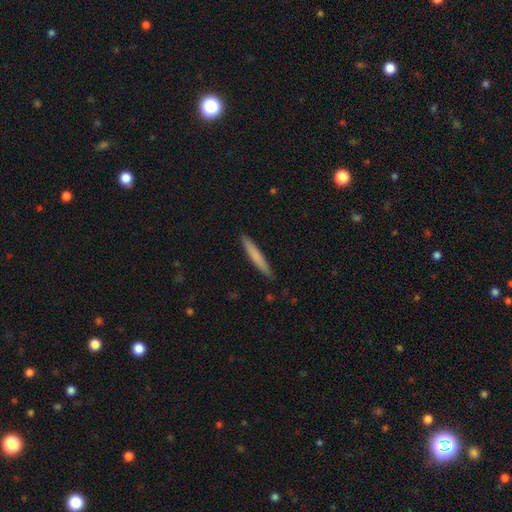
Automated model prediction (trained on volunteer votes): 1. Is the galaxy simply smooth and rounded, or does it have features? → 74% smooth, 21% featured or disk, 6% star or artifact.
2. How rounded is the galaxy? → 96% cigar-shaped, 3% in between, 1% round.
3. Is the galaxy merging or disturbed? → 90% none, 8% minor disturbance, 1% major disturbance, 1% merger.